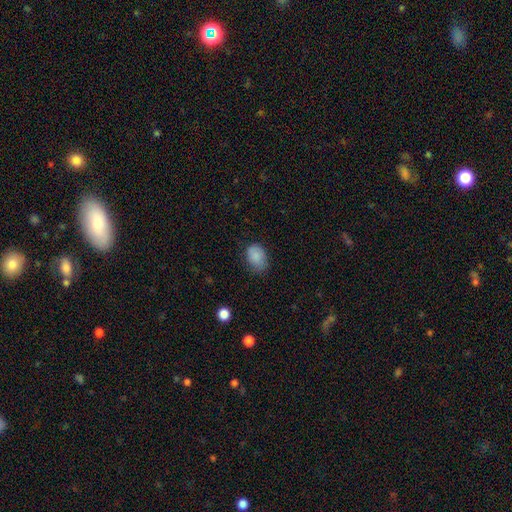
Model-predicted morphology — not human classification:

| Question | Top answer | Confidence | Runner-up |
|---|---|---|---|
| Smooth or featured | smooth | 87% | star or artifact (8%) |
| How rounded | in between | 77% | round (22%) |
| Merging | none | 65% | minor disturbance (27%) |